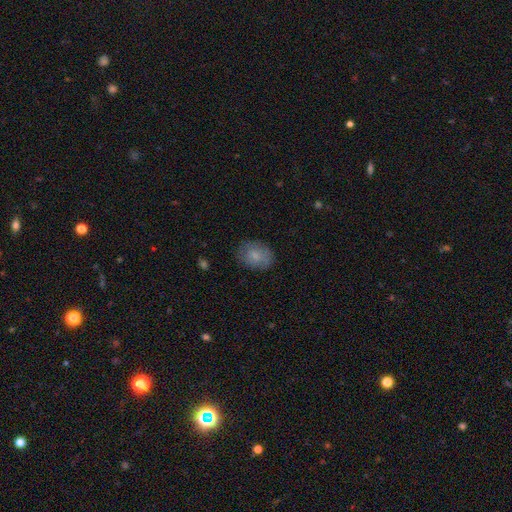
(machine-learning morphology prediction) Smooth or featured?
  - smooth: 77% *
  - featured or disk: 16%
  - star or artifact: 7%
How rounded?
  - in between: 66% *
  - round: 33%
  - cigar-shaped: 1%
Merging?
  - none: 79% *
  - minor disturbance: 16%
  - major disturbance: 4%
  - merger: 1%